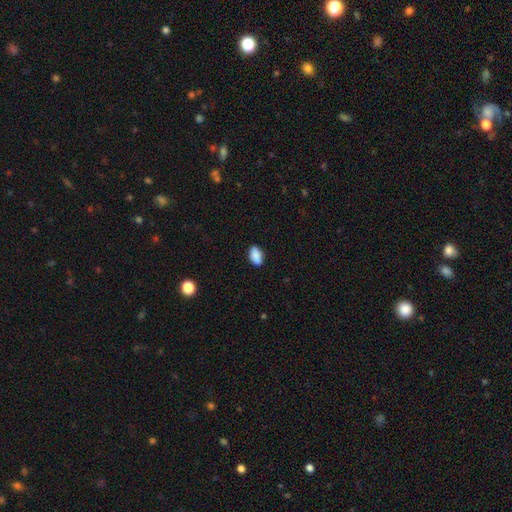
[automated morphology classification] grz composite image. It shows a smooth galaxy with no disk features (88%) that is in between round and cigar-shaped (92%). Merging: none (87%).